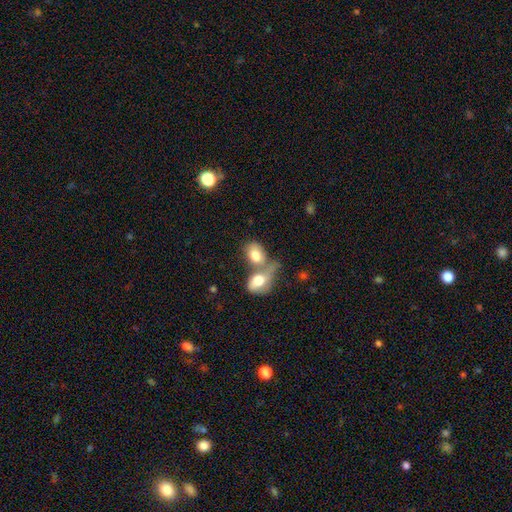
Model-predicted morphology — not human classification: A smooth galaxy with no disk features (76%) that is in between round and cigar-shaped (79%).

Vote fractions:
- Smooth or featured? smooth: 76% / featured or disk: 17% / star or artifact: 7%
- How rounded? in between: 79% / round: 19% / cigar-shaped: 2%
- Merging? merger: 68% / none: 19% / minor disturbance: 7% / major disturbance: 6%